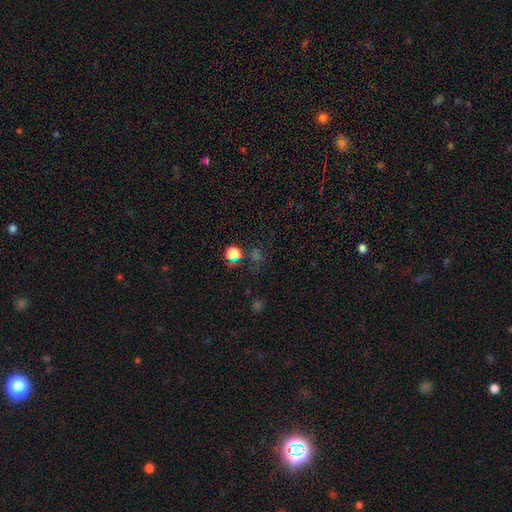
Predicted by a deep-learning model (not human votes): Q: Smooth or featured?
A: star or artifact (56%); runner-up: smooth (35%)